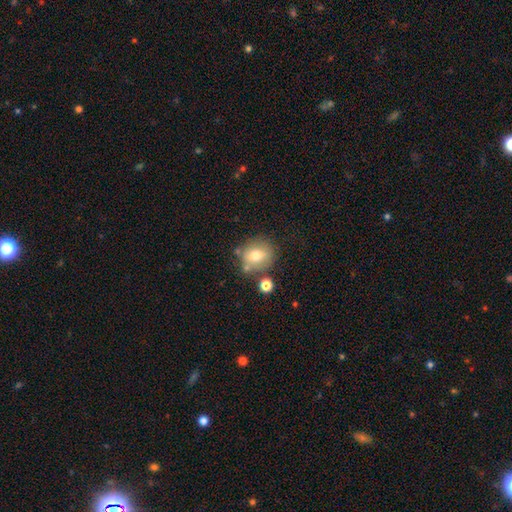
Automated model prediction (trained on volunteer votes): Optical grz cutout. It shows a smooth galaxy with no disk features (69%) that is round (78%). Merging: none (68%).